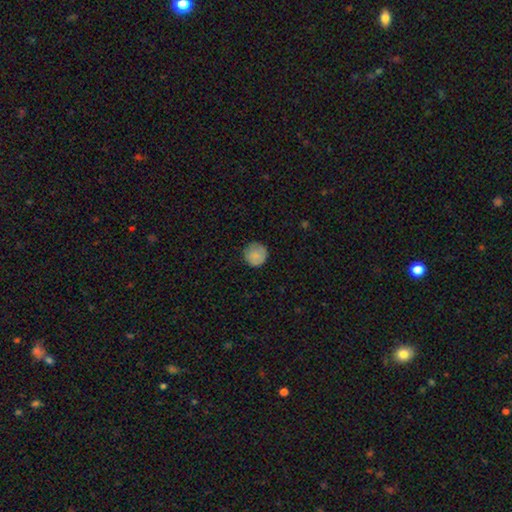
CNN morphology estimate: smooth-or-featured: smooth: 85% | star or artifact: 8% | featured or disk: 7%
  how-rounded: round: 94% | in between: 5% | cigar-shaped: 1%
  merging: none: 83% | minor disturbance: 14% | major disturbance: 3% | merger: 1%